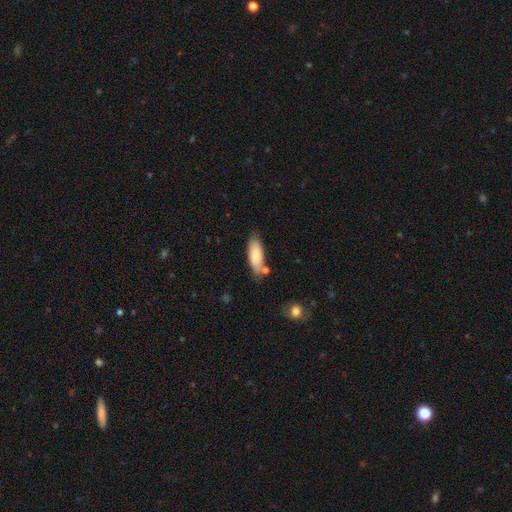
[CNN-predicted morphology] smooth-or-featured: smooth: 83% | featured or disk: 11% | star or artifact: 6%
  how-rounded: in between: 67% | cigar-shaped: 31% | round: 2%
  merging: none: 69% | minor disturbance: 18% | merger: 8% | major disturbance: 4%